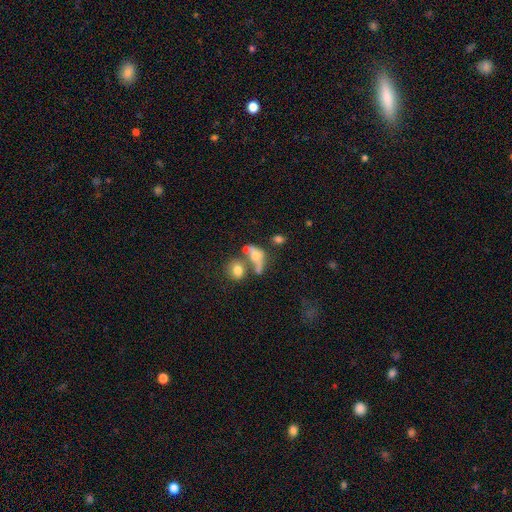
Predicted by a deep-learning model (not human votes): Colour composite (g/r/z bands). It shows a smooth galaxy with no disk features (54%) that is in between round and cigar-shaped (65%). Merging: merger (45%).